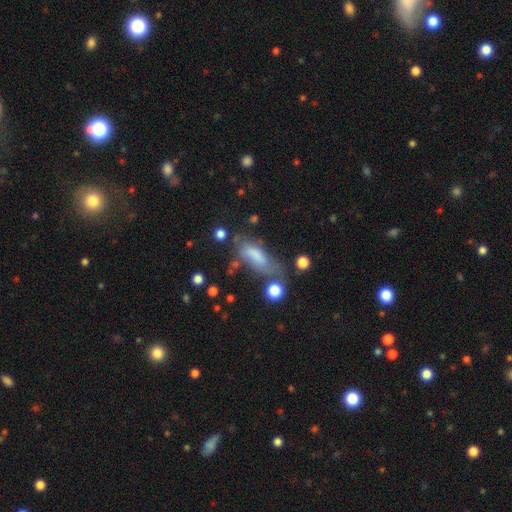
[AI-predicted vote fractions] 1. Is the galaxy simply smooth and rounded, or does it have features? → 66% smooth, 24% featured or disk, 11% star or artifact.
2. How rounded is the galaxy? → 62% in between, 35% cigar-shaped, 3% round.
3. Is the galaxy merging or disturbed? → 38% none, 28% minor disturbance, 23% major disturbance, 10% merger.